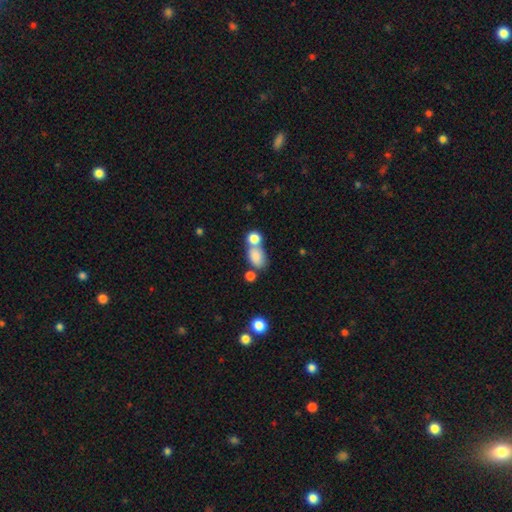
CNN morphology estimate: This is clearly a smooth galaxy (81%). How rounded: clearly in between (81%). Merging: marginally merger (44%).